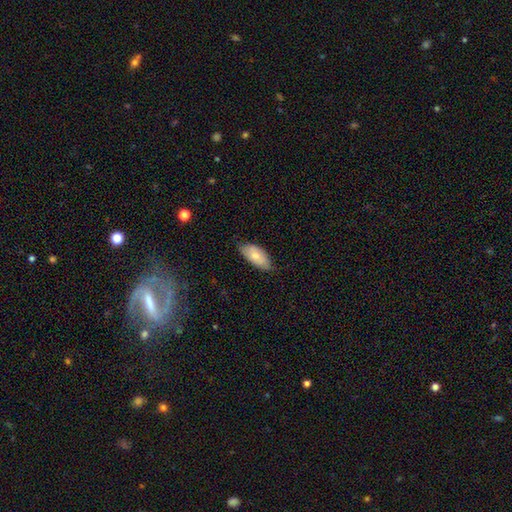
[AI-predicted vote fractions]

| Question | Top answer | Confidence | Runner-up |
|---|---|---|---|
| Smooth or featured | smooth | 76% | featured or disk (18%) |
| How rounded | in between | 92% | cigar-shaped (6%) |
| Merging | none | 72% | minor disturbance (24%) |